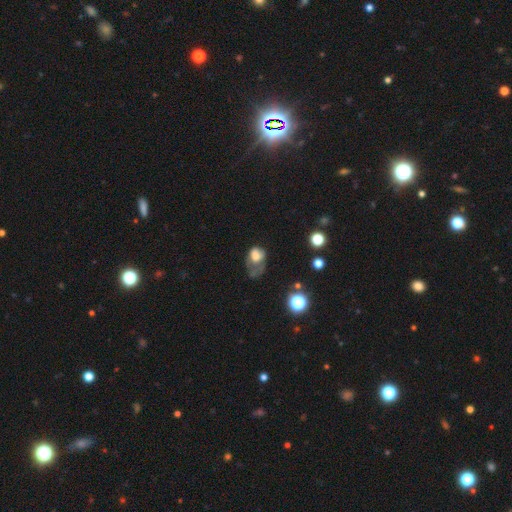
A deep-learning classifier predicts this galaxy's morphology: smooth_or_featured: smooth (p=0.59) [alt: featured or disk p=0.28]
how_rounded: in between (p=0.66) [alt: round p=0.33]
merging: major disturbance (p=0.50) [alt: minor disturbance p=0.25]